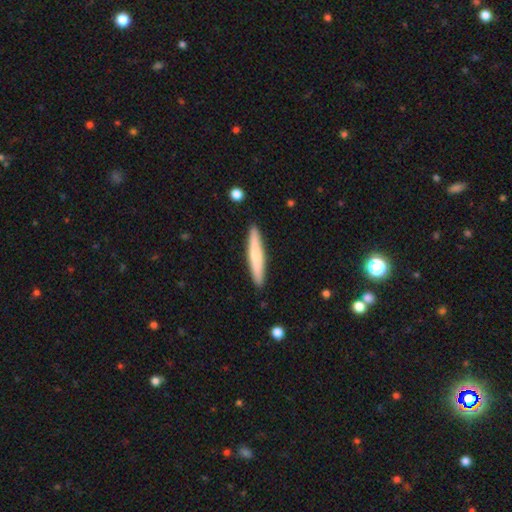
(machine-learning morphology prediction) Q: Smooth or featured?
A: smooth (67%); runner-up: featured or disk (28%)
Q: How rounded?
A: cigar-shaped (93%); runner-up: in between (6%)
Q: Merging?
A: none (90%); runner-up: minor disturbance (7%)